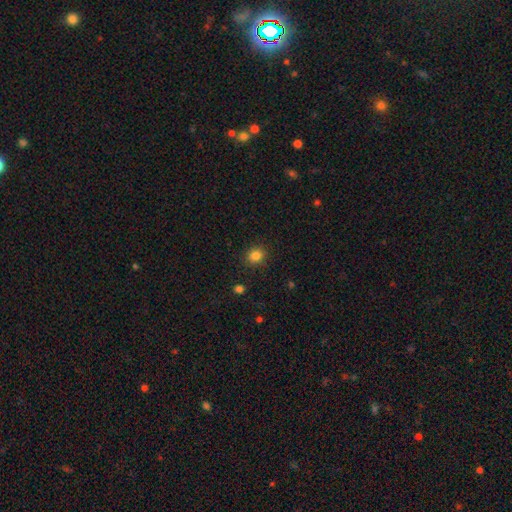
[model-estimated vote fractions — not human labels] The model was most divided on "how rounded": round: 73%, in between: 26%, cigar-shaped: 1%. More confident: merging — none (88%); smooth or featured — smooth (83%).